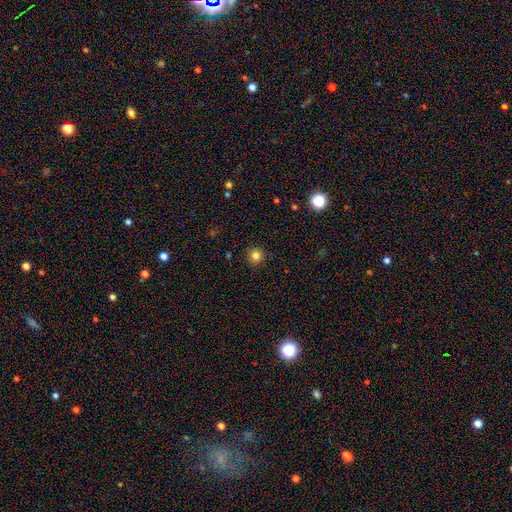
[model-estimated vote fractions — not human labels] Q: Smooth or featured?
A: smooth (82%); runner-up: star or artifact (13%)
Q: How rounded?
A: round (95%); runner-up: in between (4%)
Q: Merging?
A: none (92%); runner-up: minor disturbance (5%)